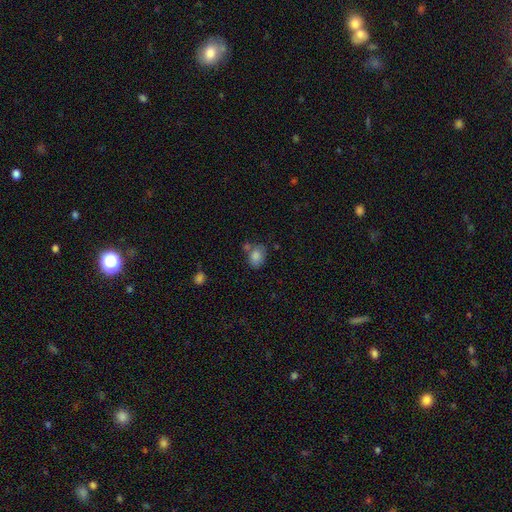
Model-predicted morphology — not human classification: smooth_or_featured: smooth (p=0.82) [alt: star or artifact p=0.09]
how_rounded: in between (p=0.66) [alt: round p=0.33]
merging: none (p=0.59) [alt: minor disturbance p=0.18]